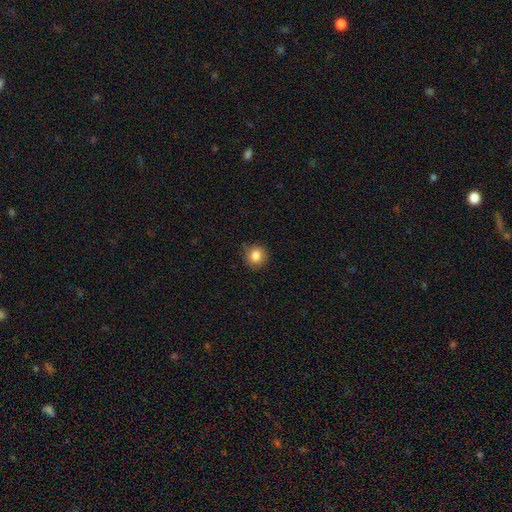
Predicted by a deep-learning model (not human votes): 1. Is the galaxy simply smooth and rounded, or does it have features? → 84% smooth, 11% star or artifact, 5% featured or disk.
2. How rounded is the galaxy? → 90% round, 9% in between, 1% cigar-shaped.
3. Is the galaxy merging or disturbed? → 86% none, 10% minor disturbance, 2% major disturbance, 1% merger.